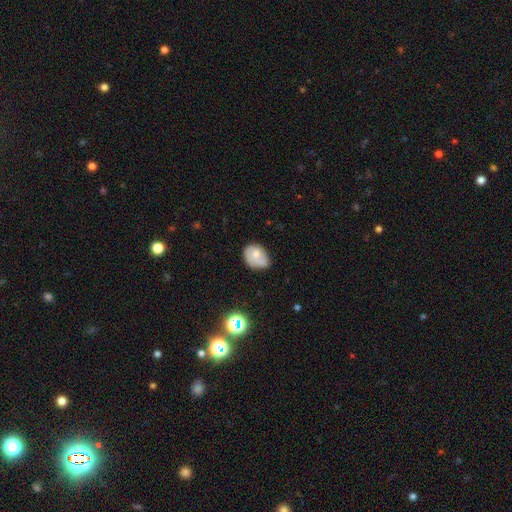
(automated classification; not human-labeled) Smooth or featured?
  - smooth: 62% *
  - featured or disk: 29%
  - star or artifact: 10%
How rounded?
  - in between: 62% *
  - round: 37%
  - cigar-shaped: 1%
Merging?
  - none: 41% *
  - minor disturbance: 39%
  - major disturbance: 14%
  - merger: 5%